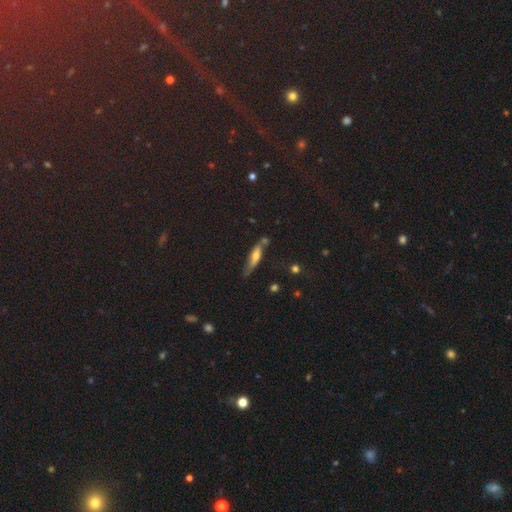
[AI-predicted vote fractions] This is possibly a featured or disk galaxy (46%). Merging: likely none (67%).